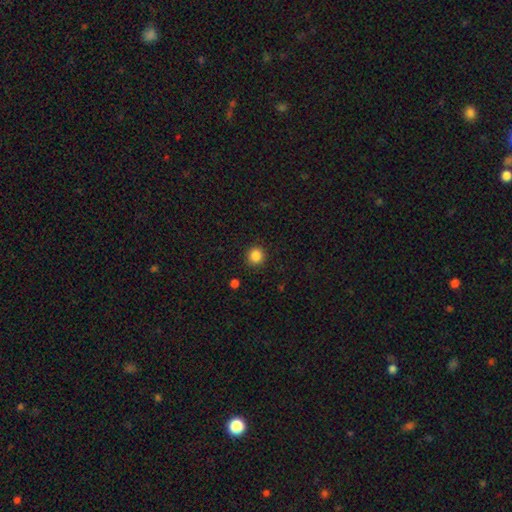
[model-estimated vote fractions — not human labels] smooth 86%, star or artifact 11%, featured or disk 3%. Down the decision tree: how rounded — round (91%); merging — none (90%).